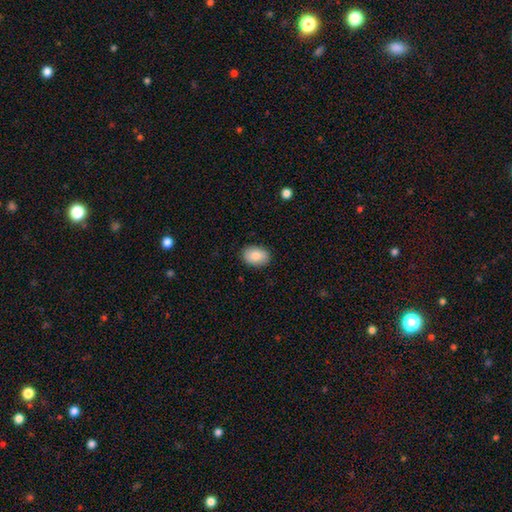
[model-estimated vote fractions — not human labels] Overall: smooth (85%). How rounded: in between (79%). Merging: none (89%).